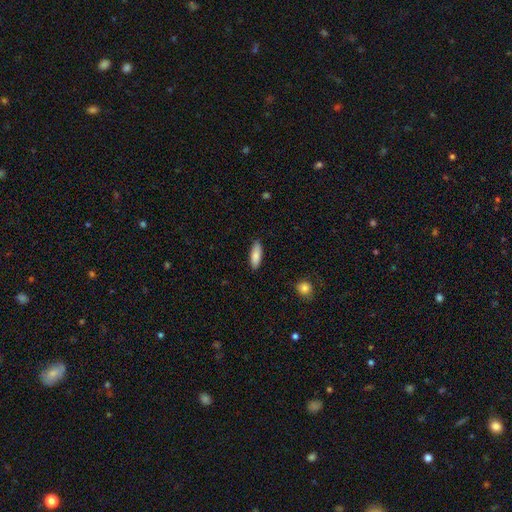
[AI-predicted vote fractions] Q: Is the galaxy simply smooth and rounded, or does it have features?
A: smooth — 86%.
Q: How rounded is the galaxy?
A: in between — 66%.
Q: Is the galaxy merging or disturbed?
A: none — 86%.